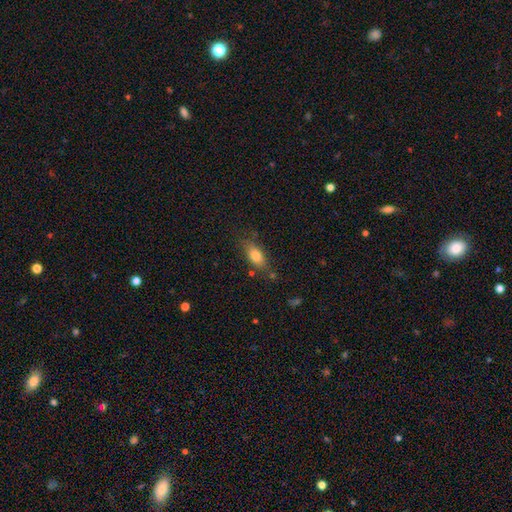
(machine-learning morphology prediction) Smooth or featured?
  - smooth: 79% *
  - featured or disk: 13%
  - star or artifact: 9%
How rounded?
  - in between: 82% *
  - cigar-shaped: 12%
  - round: 7%
Merging?
  - none: 72% *
  - minor disturbance: 18%
  - major disturbance: 5%
  - merger: 4%